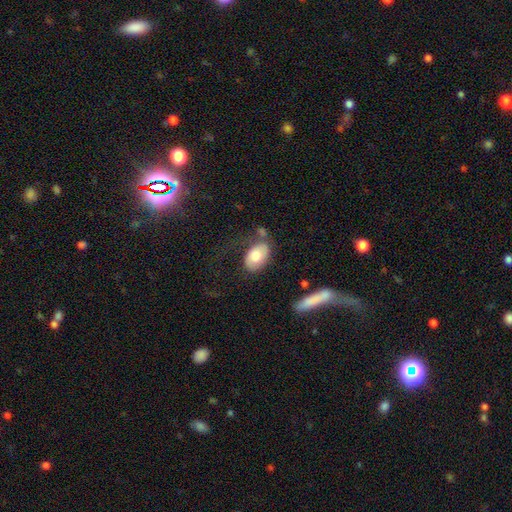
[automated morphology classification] A smooth galaxy with no disk features (75%) that is in between round and cigar-shaped (91%).

Vote fractions:
- Smooth or featured? smooth: 75% / featured or disk: 19% / star or artifact: 6%
- How rounded? in between: 91% / round: 7% / cigar-shaped: 1%
- Merging? none: 54% / minor disturbance: 23% / major disturbance: 13% / merger: 10%